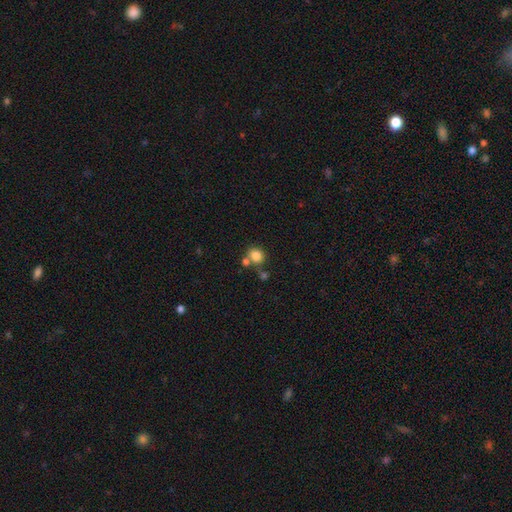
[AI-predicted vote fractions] A smooth galaxy with no disk features (83%) that is round (64%). Merging: none (61%).